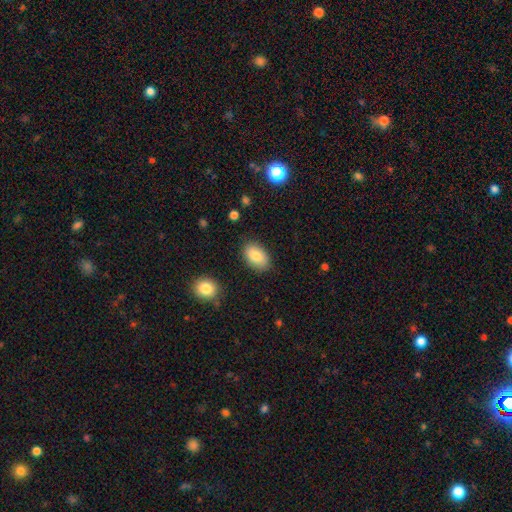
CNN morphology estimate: This is clearly a smooth galaxy (83%). How rounded: clearly in between (91%). Merging: clearly none (84%).